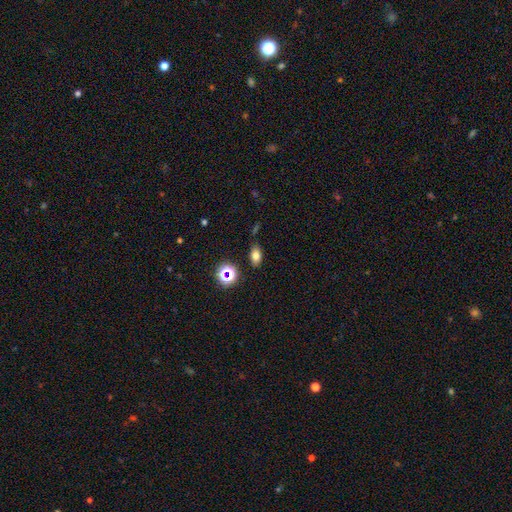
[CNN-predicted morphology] Smooth or featured? Predicted: smooth (p=0.72). How rounded? Predicted: in between (p=0.85). Merging? Predicted: none (p=0.80).